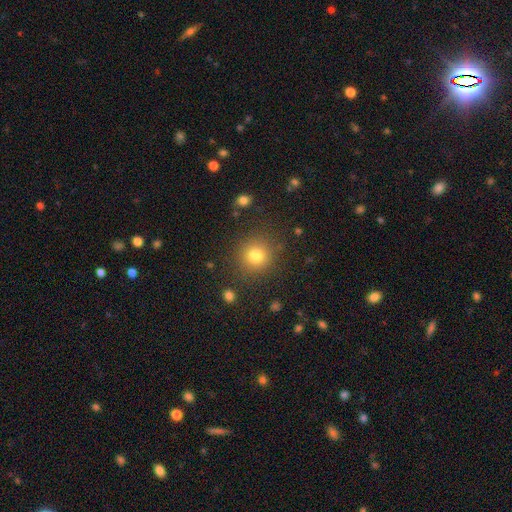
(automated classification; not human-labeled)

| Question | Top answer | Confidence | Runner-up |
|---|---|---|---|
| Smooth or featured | smooth | 79% | star or artifact (14%) |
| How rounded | round | 91% | in between (8%) |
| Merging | none | 87% | minor disturbance (8%) |